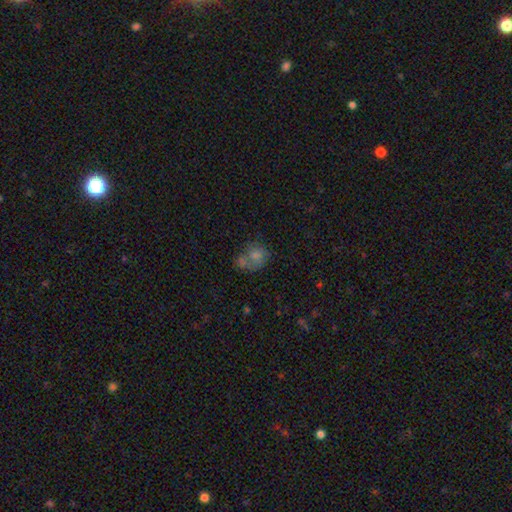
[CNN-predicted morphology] The model was most divided on "merging": merger: 44%, none: 32%, minor disturbance: 14%, major disturbance: 10%. More confident: how rounded — round (63%); smooth or featured — smooth (58%).